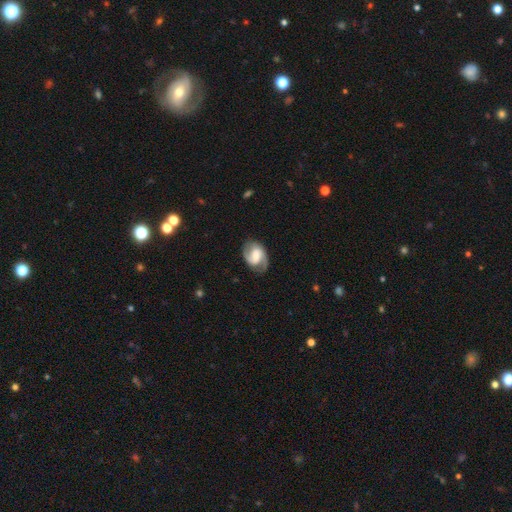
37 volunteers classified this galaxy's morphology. This appears to be a featured or disk galaxy (84%) with a weak bar (58%), 2 (93%) medium (41%) spiral arms (87%) and a moderate central bulge (39%). Merging: none (86%).